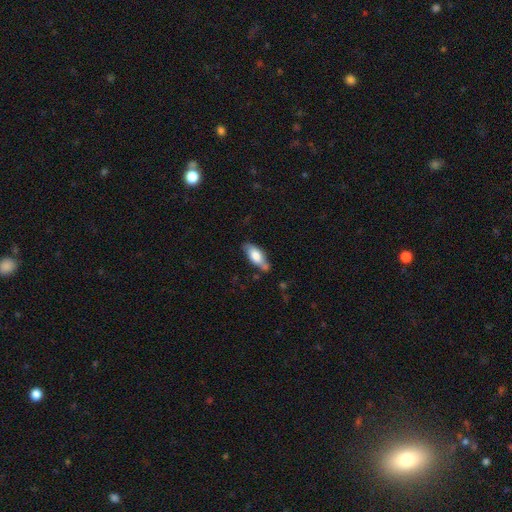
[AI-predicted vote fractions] The model was most divided on "merging": none: 63%, minor disturbance: 26%, merger: 6%, major disturbance: 5%. More confident: how rounded — in between (76%); smooth or featured — smooth (70%).